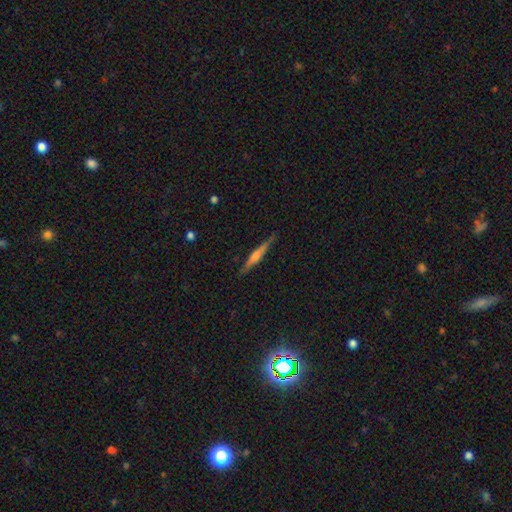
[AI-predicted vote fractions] This is likely a featured or disk galaxy (64%). It is clearly viewed edge-on (98%). Edge-on bulge: likely rounded (66%). Merging: clearly none (89%).